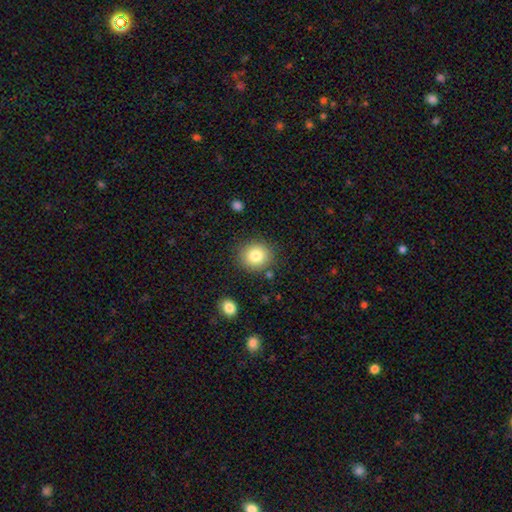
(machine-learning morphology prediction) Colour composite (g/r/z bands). It shows a smooth galaxy with no disk features (82%) that is round (85%). Merging: none (86%).